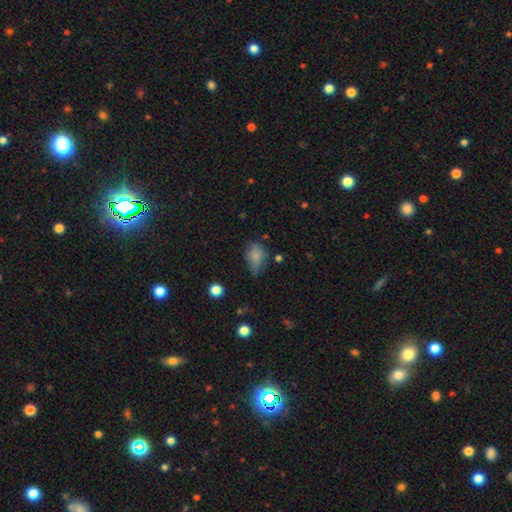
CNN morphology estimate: Smooth or featured: smooth — 71% (featured or disk — 16%)
How rounded: in between — 79% (round — 17%)
Merging: none — 41% (minor disturbance — 36%)